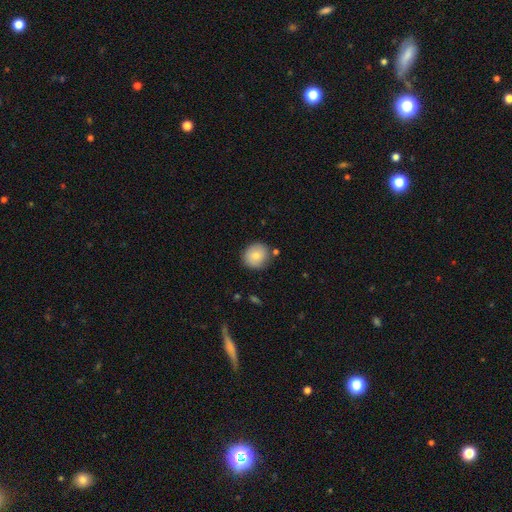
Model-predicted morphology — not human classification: A smooth galaxy with no disk features (78%) that is round (85%).

Vote fractions:
- Smooth or featured? smooth: 78% / featured or disk: 14% / star or artifact: 8%
- How rounded? round: 85% / in between: 14% / cigar-shaped: 1%
- Merging? none: 80% / minor disturbance: 13% / merger: 4% / major disturbance: 3%